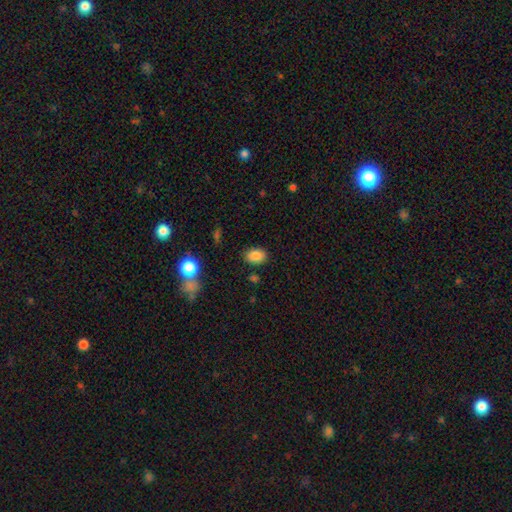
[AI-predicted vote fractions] Overall: smooth (86%). How rounded: in between (80%). Merging: none (84%).